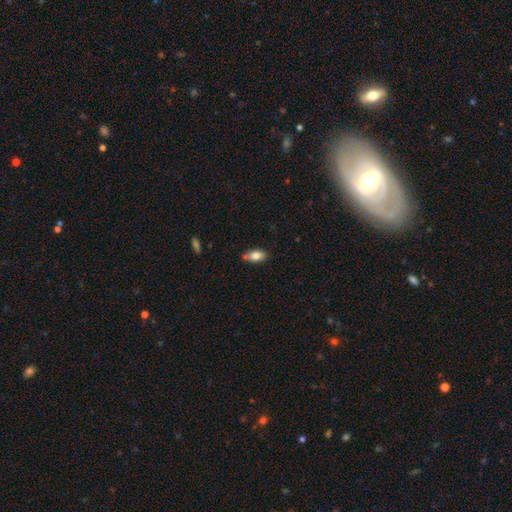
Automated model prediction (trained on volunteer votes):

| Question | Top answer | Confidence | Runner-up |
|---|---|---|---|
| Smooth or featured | smooth | 80% | featured or disk (12%) |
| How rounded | in between | 89% | round (5%) |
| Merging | none | 69% | minor disturbance (16%) |